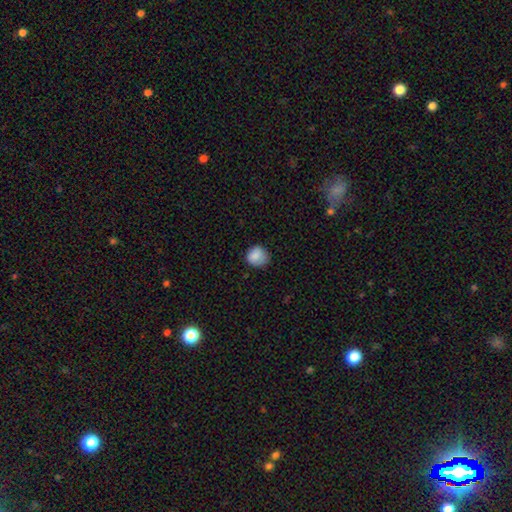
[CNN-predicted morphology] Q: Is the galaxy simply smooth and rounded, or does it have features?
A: smooth — 85%.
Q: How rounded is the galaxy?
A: round — 81%.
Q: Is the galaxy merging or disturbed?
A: none — 68%.